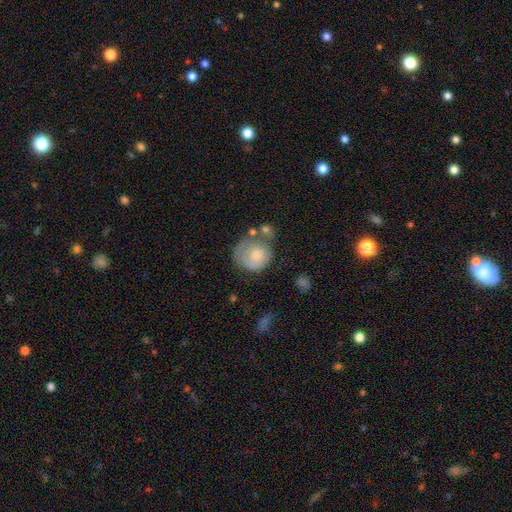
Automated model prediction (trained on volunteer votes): smooth 57%, featured or disk 36%, star or artifact 7%. Down the decision tree: how rounded — round (80%); merging — none (41%).